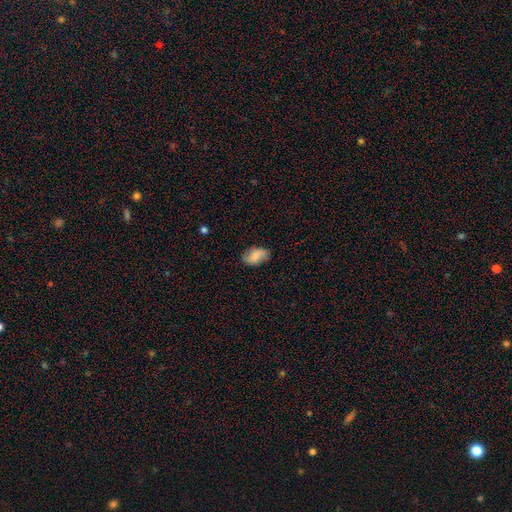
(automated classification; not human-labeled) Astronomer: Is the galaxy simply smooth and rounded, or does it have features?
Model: smooth — 75%.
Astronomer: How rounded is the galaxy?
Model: in between — 91%.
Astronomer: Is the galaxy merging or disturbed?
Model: none — 78%.